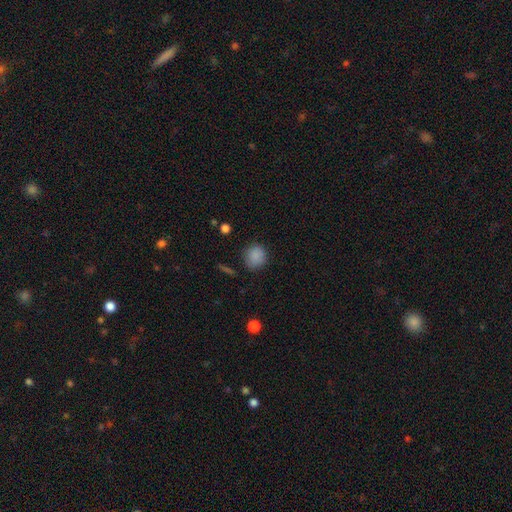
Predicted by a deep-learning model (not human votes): Morphology: type=smooth (85%); roundness=round (79%); merging=none (76%).